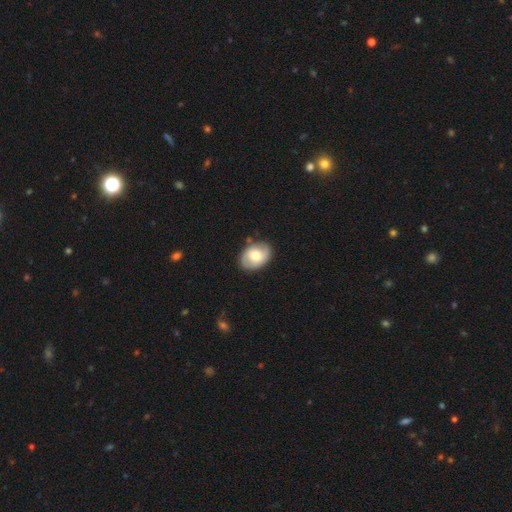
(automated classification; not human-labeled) This is possibly a smooth galaxy (56%). How rounded: likely in between (76%). Merging: clearly none (81%).